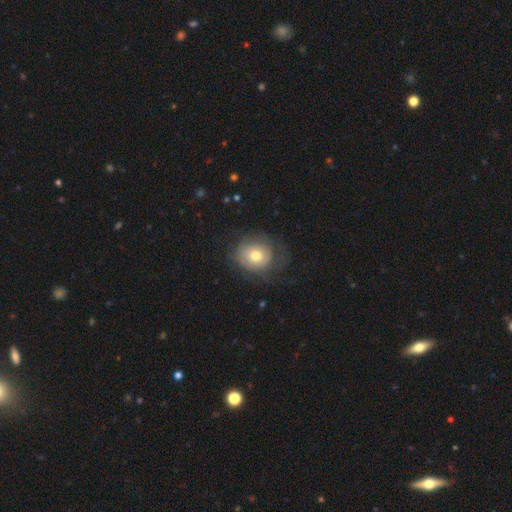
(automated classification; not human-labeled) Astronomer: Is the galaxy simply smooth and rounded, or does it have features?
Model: smooth — 61%.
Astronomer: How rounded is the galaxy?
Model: round — 74%.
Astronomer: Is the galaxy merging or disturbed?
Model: none — 61%.